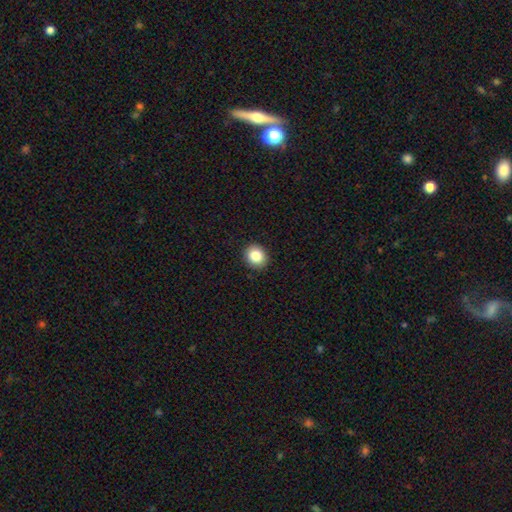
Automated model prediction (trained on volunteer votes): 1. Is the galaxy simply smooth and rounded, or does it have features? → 84% smooth, 9% star or artifact, 6% featured or disk.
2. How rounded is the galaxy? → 74% round, 25% in between, 1% cigar-shaped.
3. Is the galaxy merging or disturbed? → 91% none, 6% minor disturbance, 2% major disturbance, 1% merger.